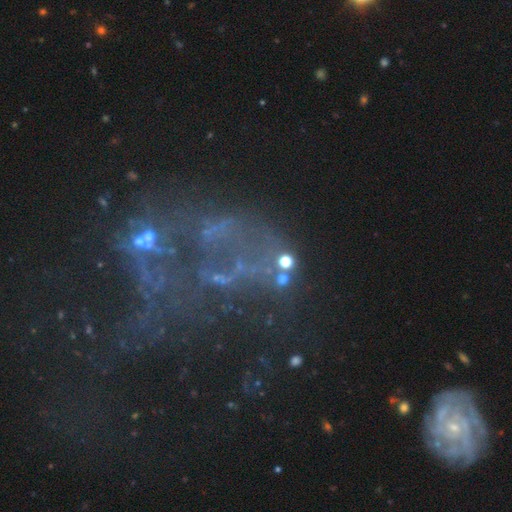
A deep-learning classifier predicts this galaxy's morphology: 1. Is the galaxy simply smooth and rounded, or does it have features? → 50% featured or disk, 35% star or artifact, 15% smooth.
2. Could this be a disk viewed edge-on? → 96% no, 4% yes.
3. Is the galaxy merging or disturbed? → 44% major disturbance, 24% none, 21% merger, 11% minor disturbance.